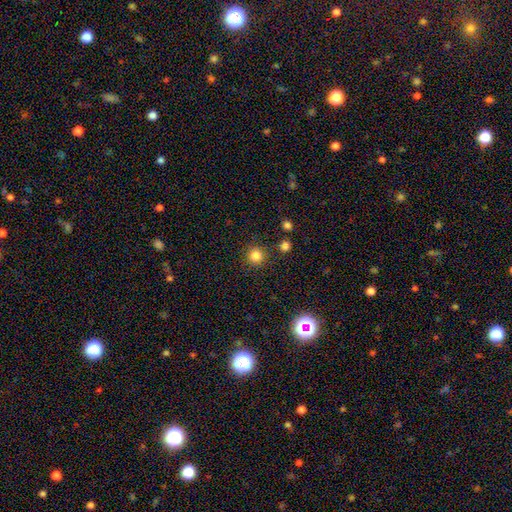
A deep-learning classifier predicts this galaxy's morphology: A smooth galaxy with no disk features (83%) that is round (94%). Merging: none (87%).